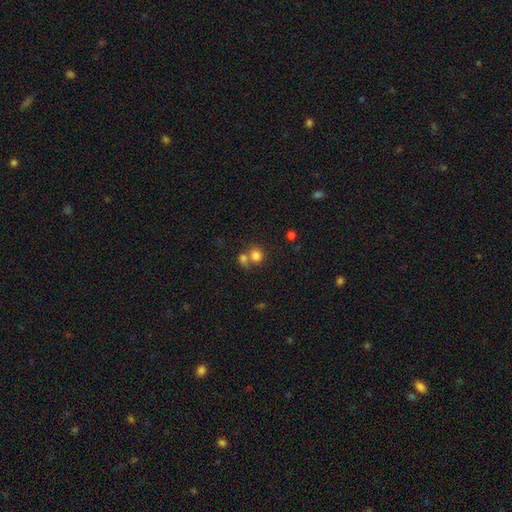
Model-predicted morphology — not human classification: type=smooth (79%); roundness=round (74%); merging=merger (48%).